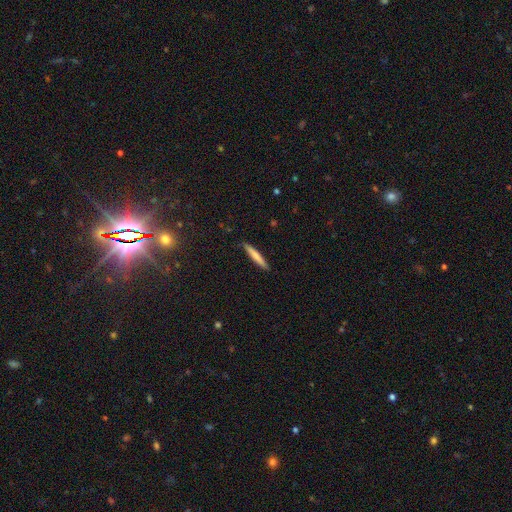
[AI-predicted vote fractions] This is likely a smooth galaxy (70%). How rounded: clearly cigar-shaped (95%). Merging: clearly none (90%).